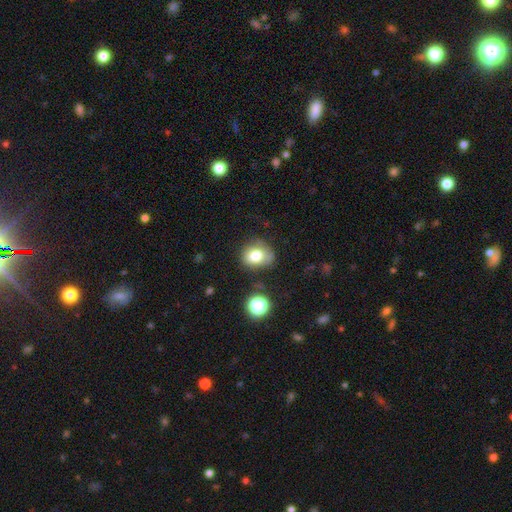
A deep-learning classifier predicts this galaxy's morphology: The model was most divided on "how rounded": in between: 50%, round: 49%, cigar-shaped: 1%. More confident: smooth or featured — smooth (77%); merging — none (63%).